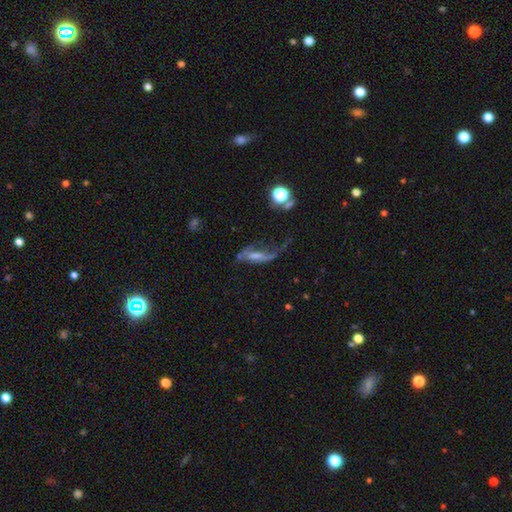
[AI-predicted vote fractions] Overall: featured or disk (61%; smooth 24%). Edge-on disk: no (77%). Merging: major disturbance (46%; none 28%).